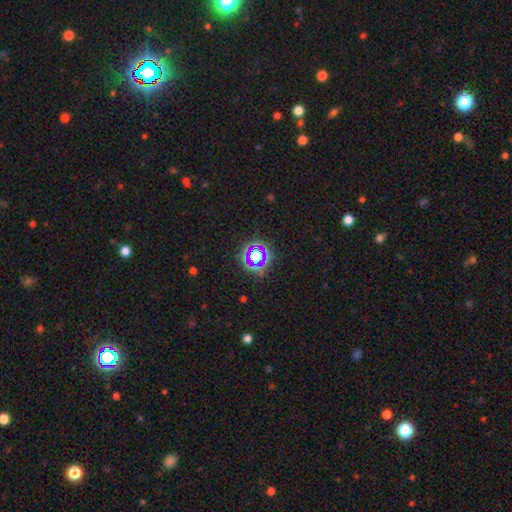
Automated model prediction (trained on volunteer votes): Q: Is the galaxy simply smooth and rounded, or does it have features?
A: star or artifact — 65%.